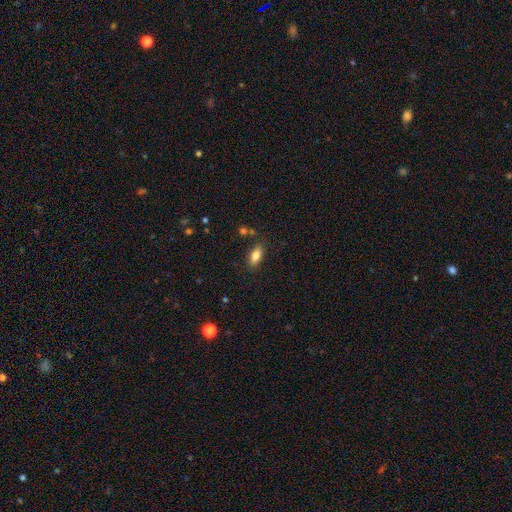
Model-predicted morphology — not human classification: Smooth or featured?
  - smooth: 83% *
  - featured or disk: 9%
  - star or artifact: 8%
How rounded?
  - in between: 86% *
  - cigar-shaped: 10%
  - round: 4%
Merging?
  - none: 81% *
  - minor disturbance: 12%
  - merger: 4%
  - major disturbance: 3%